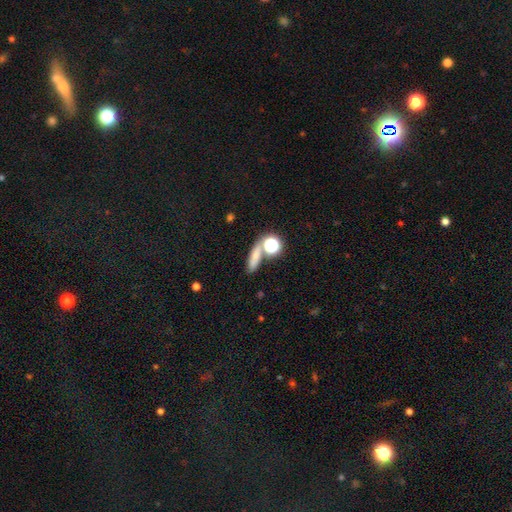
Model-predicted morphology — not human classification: Smooth or featured?
  - smooth: 67% *
  - star or artifact: 19%
  - featured or disk: 14%
How rounded?
  - cigar-shaped: 44% *
  - in between: 32%
  - round: 23%
Merging?
  - none: 62% *
  - merger: 21%
  - minor disturbance: 11%
  - major disturbance: 6%